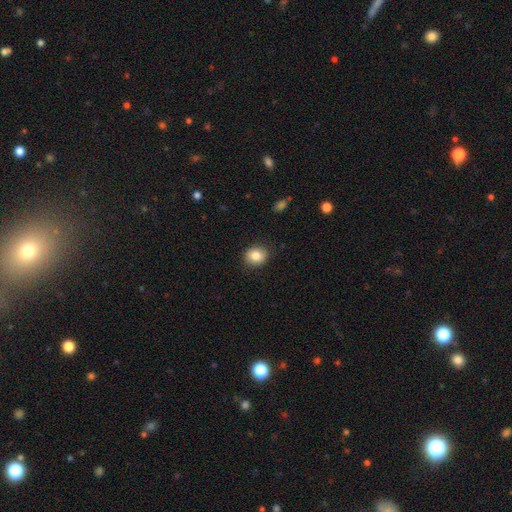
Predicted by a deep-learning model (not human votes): smooth-or-featured: smooth: 83% | star or artifact: 9% | featured or disk: 8%
  how-rounded: round: 65% | in between: 34% | cigar-shaped: 1%
  merging: none: 87% | minor disturbance: 10% | major disturbance: 2% | merger: 1%